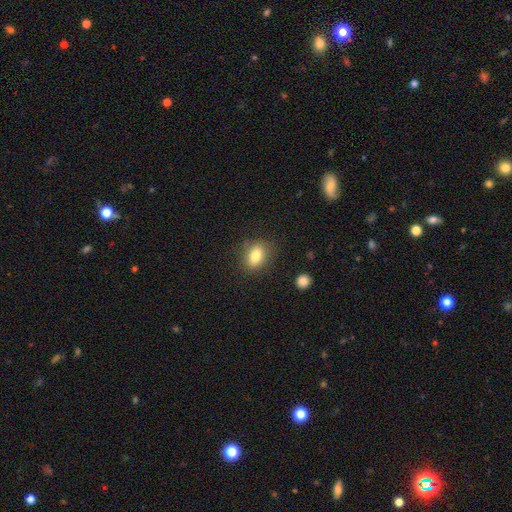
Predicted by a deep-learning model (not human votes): Morphology: type=smooth (82%); roundness=in between (74%); merging=none (81%).